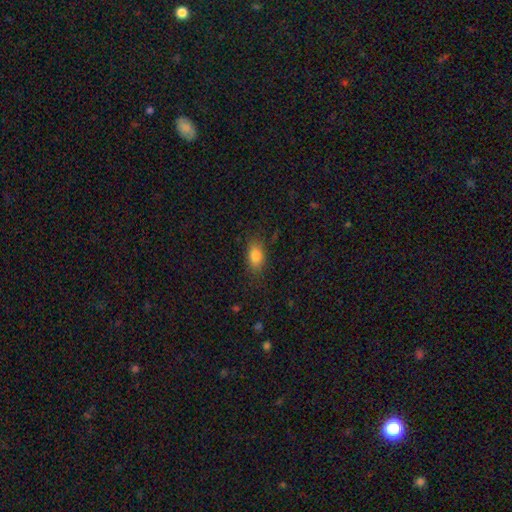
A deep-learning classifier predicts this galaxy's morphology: A smooth galaxy with no disk features (81%) that is in between round and cigar-shaped (84%).

Vote fractions:
- Smooth or featured? smooth: 81% / star or artifact: 9% / featured or disk: 9%
- How rounded? in between: 84% / round: 11% / cigar-shaped: 4%
- Merging? none: 81% / minor disturbance: 14% / major disturbance: 4% / merger: 1%